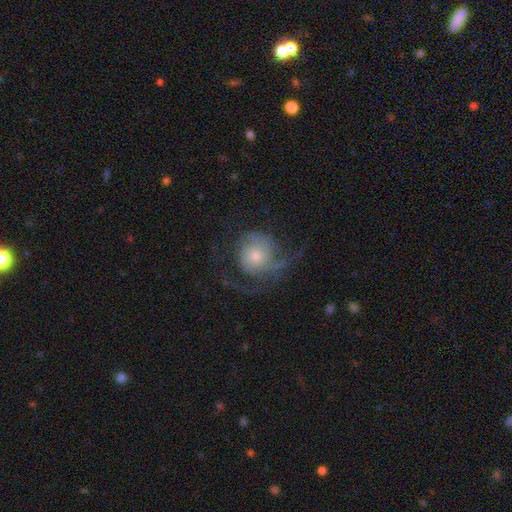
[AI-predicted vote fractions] The model was most divided on "bulge size": small: 49%, moderate: 41%, large: 6%, none: 3%, dominant: 2%. Remaining: edge-on disk — no (97%); spiral arms — yes (91%); bar — no (79%); smooth or featured — featured or disk (72%); merging — none (54%); spiral arm count — 2 (46%); spiral winding — medium (42%).